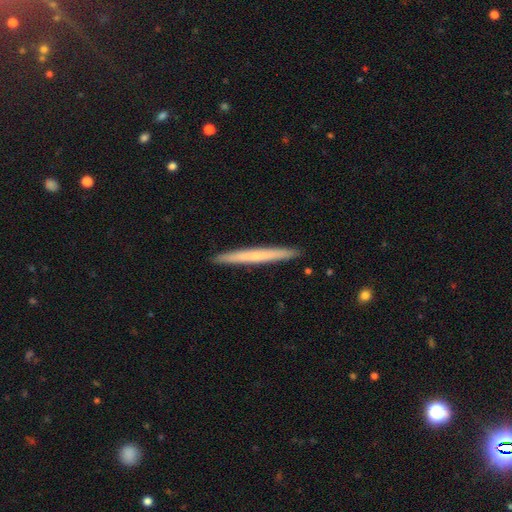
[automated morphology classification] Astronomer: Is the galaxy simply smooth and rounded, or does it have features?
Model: smooth — 52% (runner-up: featured or disk, 42%).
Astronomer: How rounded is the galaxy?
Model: cigar-shaped — 97%.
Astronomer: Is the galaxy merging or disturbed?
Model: none — 93%.